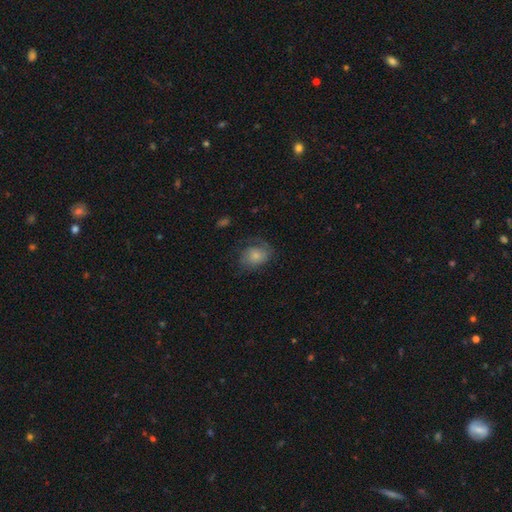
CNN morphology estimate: Smooth or featured: smooth — 66% (featured or disk — 26%)
How rounded: round — 53% (in between — 46%)
Merging: none — 55% (minor disturbance — 25%)